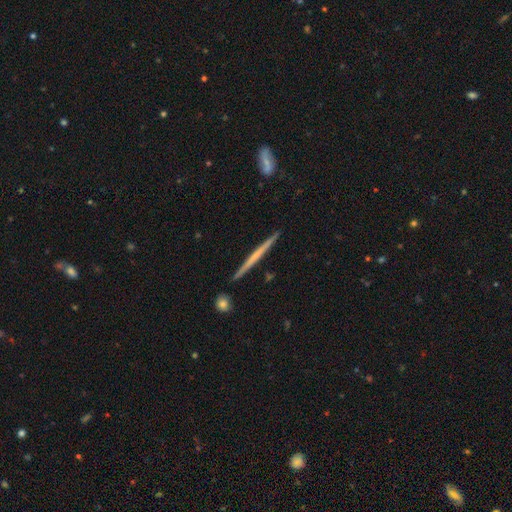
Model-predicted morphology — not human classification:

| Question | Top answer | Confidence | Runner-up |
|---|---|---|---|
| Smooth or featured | featured or disk | 62% | smooth (33%) |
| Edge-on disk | yes | 98% | no (2%) |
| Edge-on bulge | none | 81% | rounded (14%) |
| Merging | none | 91% | minor disturbance (6%) |